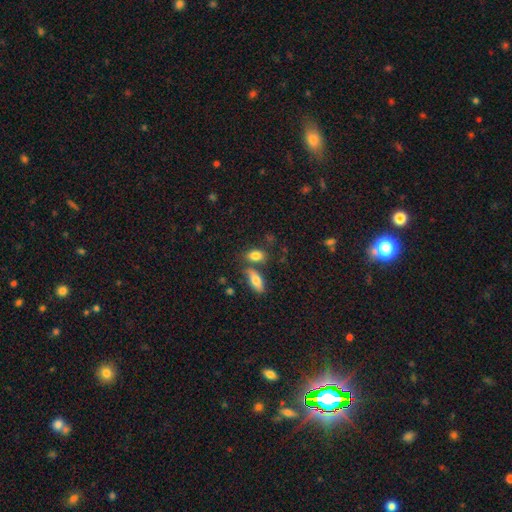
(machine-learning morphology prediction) Smooth or featured?
  - smooth: 82% *
  - featured or disk: 10%
  - star or artifact: 8%
How rounded?
  - in between: 84% *
  - round: 9%
  - cigar-shaped: 8%
Merging?
  - none: 60% *
  - merger: 24%
  - minor disturbance: 12%
  - major disturbance: 4%